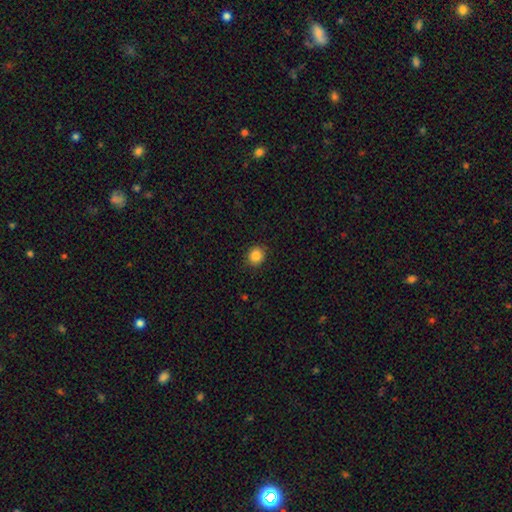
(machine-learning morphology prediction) smooth_or_featured: smooth (p=0.85) [alt: star or artifact p=0.10]
how_rounded: round (p=0.82) [alt: in between p=0.17]
merging: none (p=0.90) [alt: minor disturbance p=0.07]